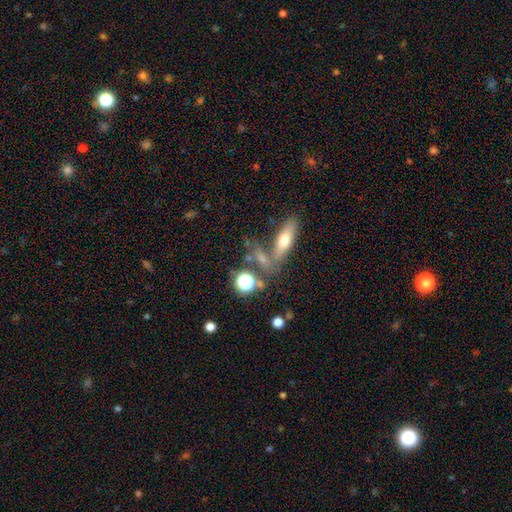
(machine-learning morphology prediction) smooth_or_featured: smooth (p=0.52) [alt: featured or disk p=0.27]
how_rounded: cigar-shaped (p=0.37) [alt: in between p=0.36]
merging: none (p=0.54) [alt: merger p=0.25]